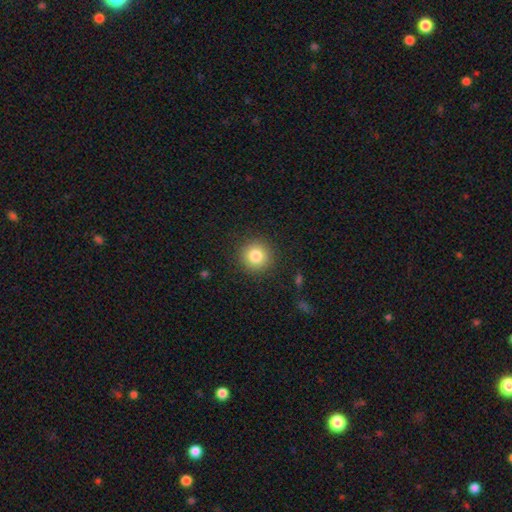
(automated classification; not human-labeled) A smooth galaxy with no disk features (83%) that is round (95%).

Vote fractions:
- Smooth or featured? smooth: 83% / star or artifact: 10% / featured or disk: 7%
- How rounded? round: 95% / in between: 5% / cigar-shaped: 1%
- Merging? none: 90% / minor disturbance: 7% / major disturbance: 3% / merger: 1%